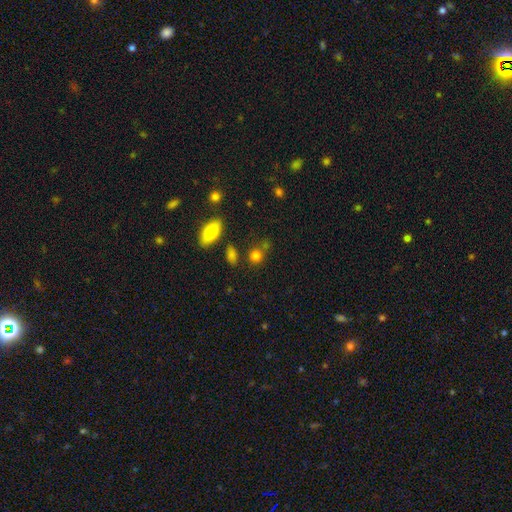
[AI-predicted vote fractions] This appears to be a smooth galaxy with no disk features (81%) that is round (68%). Merging: none (66%).